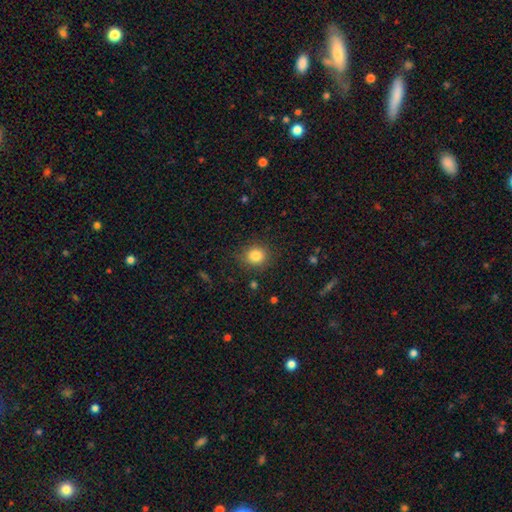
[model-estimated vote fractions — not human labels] Smooth or featured: smooth — 83% (star or artifact — 11%)
How rounded: round — 84% (in between — 15%)
Merging: none — 86% (minor disturbance — 9%)